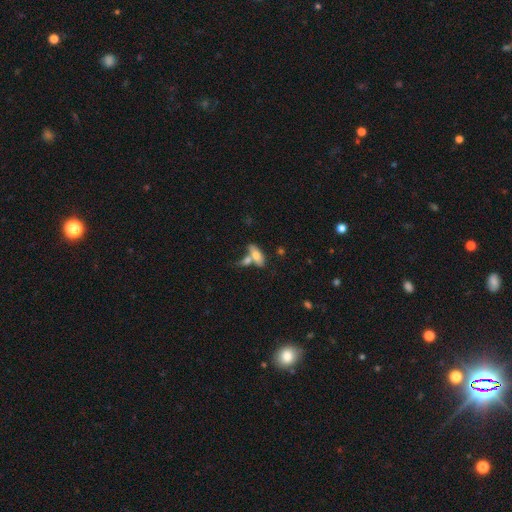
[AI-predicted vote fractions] The model was most divided on "merging": merger: 45%, none: 38%, minor disturbance: 12%, major disturbance: 6%. More confident: how rounded — in between (76%); smooth or featured — smooth (69%).